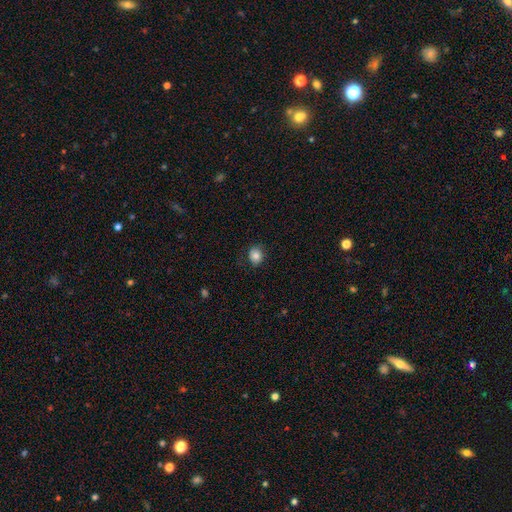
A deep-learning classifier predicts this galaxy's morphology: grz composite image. It shows a smooth galaxy with no disk features (80%) that is round (64%). Merging: none (80%).